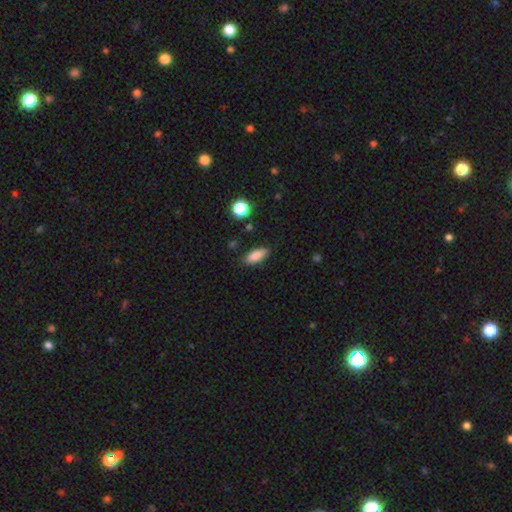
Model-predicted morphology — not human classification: smooth-or-featured: smooth: 86% | star or artifact: 8% | featured or disk: 6%
  how-rounded: in between: 79% | cigar-shaped: 18% | round: 3%
  merging: none: 81% | minor disturbance: 14% | major disturbance: 3% | merger: 2%